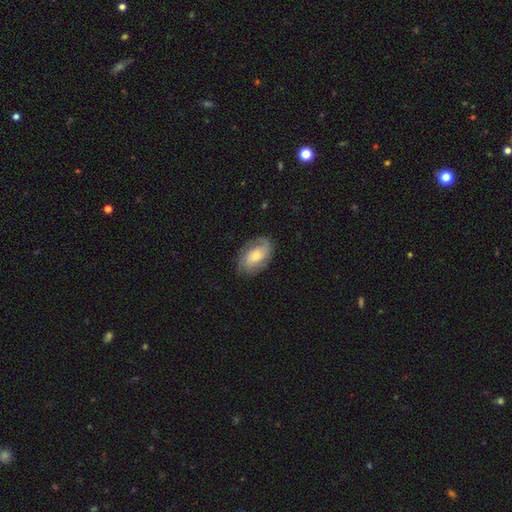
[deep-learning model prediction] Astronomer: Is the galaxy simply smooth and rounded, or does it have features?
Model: featured or disk — 60%.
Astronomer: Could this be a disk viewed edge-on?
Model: no — 95%.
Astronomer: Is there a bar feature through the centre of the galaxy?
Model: no — 63%.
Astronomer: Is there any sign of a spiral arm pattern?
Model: yes — 90%.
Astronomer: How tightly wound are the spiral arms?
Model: tight — 42% (runner-up: medium, 40%).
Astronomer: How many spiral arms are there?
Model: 2 — 51%.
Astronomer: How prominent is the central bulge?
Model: moderate — 46% (runner-up: small, 29%).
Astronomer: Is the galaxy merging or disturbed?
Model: none — 75%.